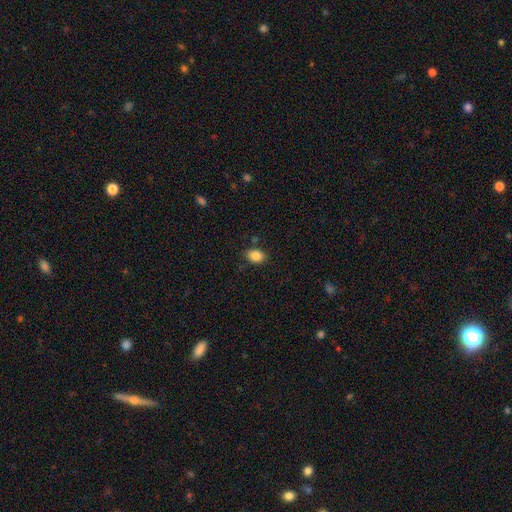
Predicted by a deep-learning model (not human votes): Smooth or featured? smooth (86%)
How rounded? in between (74%)
Merging? none (81%)